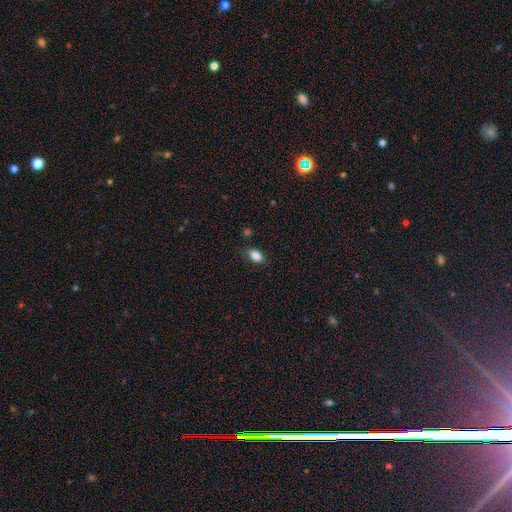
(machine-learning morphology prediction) Smooth or featured? Predicted: smooth (p=0.86). How rounded? Predicted: in between (p=0.88). Merging? Predicted: none (p=0.79).